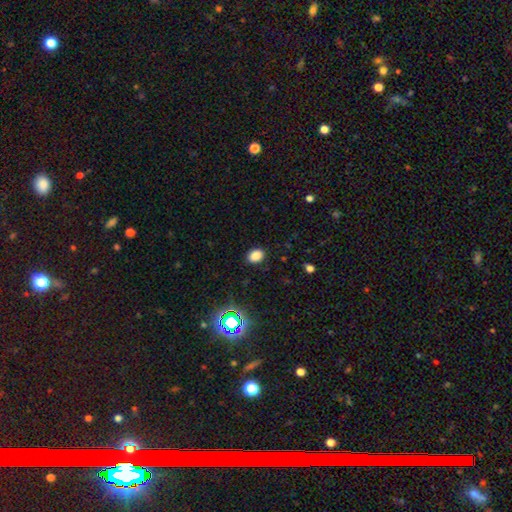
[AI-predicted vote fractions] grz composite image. It shows a smooth galaxy with no disk features (80%) that is in between round and cigar-shaped (71%). Merging: none (88%).